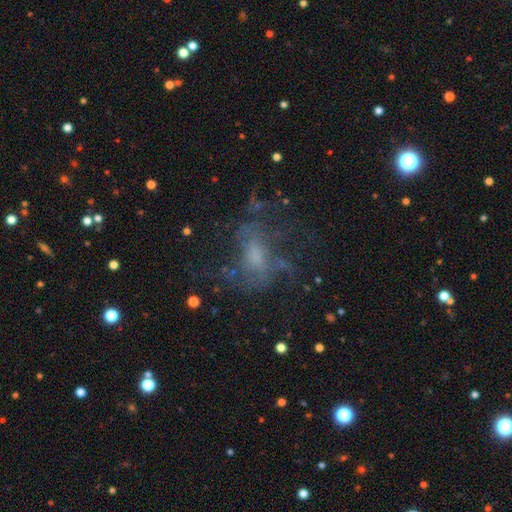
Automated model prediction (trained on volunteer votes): Smooth or featured? featured or disk (57%)
Edge-on disk? no (96%)
Bar? no (66%)
Spiral arms? yes (54%)
Bulge size? moderate (35%)
Merging? none (50%)